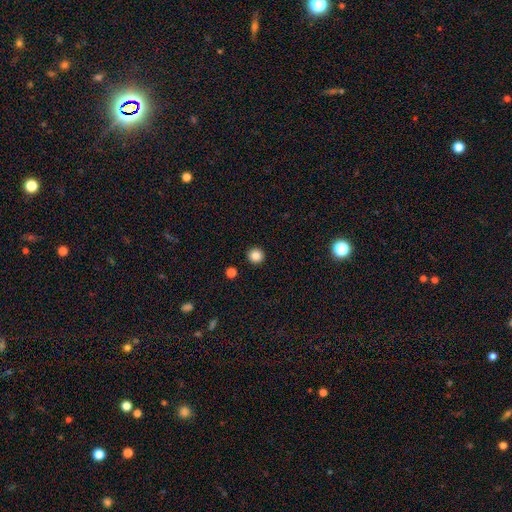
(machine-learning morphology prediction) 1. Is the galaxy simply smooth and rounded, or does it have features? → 86% smooth, 11% star or artifact, 4% featured or disk.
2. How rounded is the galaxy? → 96% round, 3% in between, 1% cigar-shaped.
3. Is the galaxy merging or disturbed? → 93% none, 4% minor disturbance, 1% major disturbance, 1% merger.